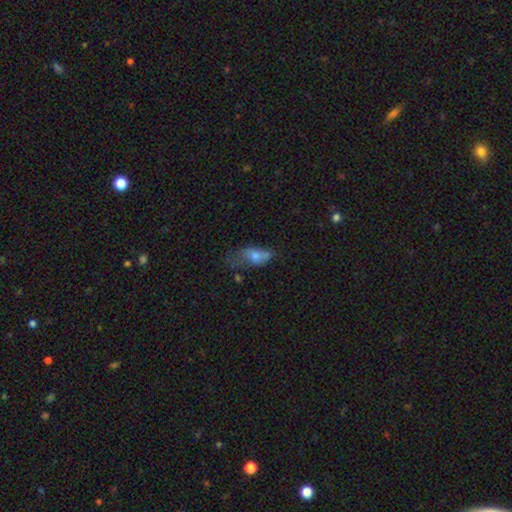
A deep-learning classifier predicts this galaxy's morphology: Smooth or featured? Predicted: smooth (p=0.62). How rounded? Predicted: in between (p=0.80). Merging? Predicted: none (p=0.33).